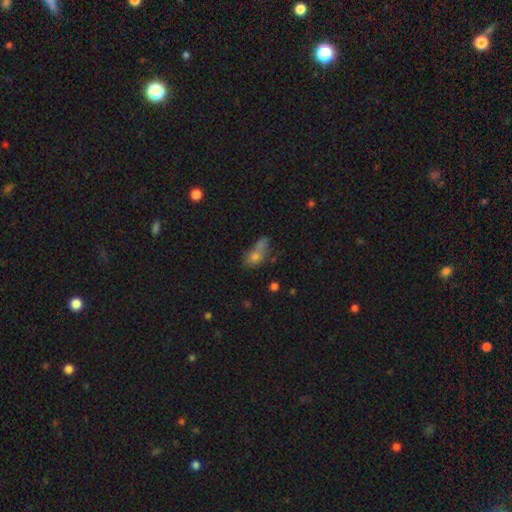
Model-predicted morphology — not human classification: This appears to be a smooth galaxy with no disk features (62%) that is in between round and cigar-shaped (65%). Merging: none (36%).